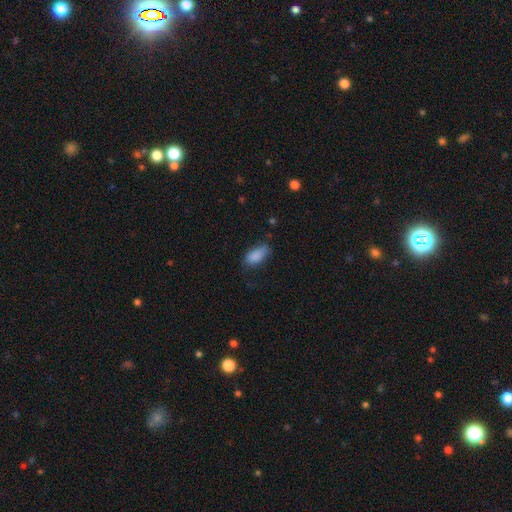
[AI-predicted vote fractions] This is clearly a smooth galaxy (86%). How rounded: clearly in between (91%). Merging: likely none (61%).